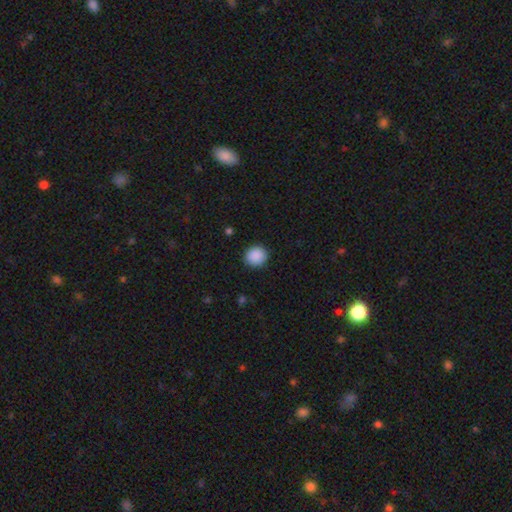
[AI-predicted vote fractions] Smooth or featured? smooth (89%)
How rounded? round (89%)
Merging? none (91%)